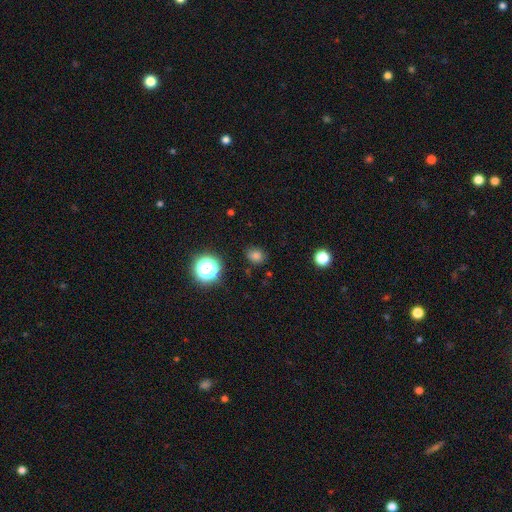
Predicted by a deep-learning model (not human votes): smooth 74%, star or artifact 21%, featured or disk 5%. Down the decision tree: how rounded — round (59%); merging — none (85%).